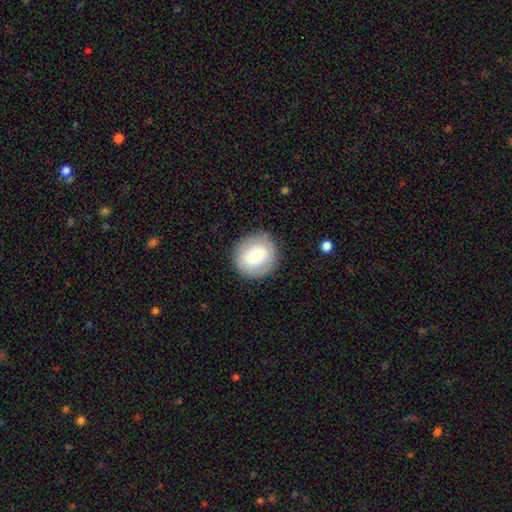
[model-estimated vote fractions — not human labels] Smooth or featured?
  - smooth: 70% *
  - featured or disk: 22%
  - star or artifact: 8%
How rounded?
  - round: 86% *
  - in between: 13%
  - cigar-shaped: 1%
Merging?
  - none: 87% *
  - minor disturbance: 9%
  - major disturbance: 3%
  - merger: 1%